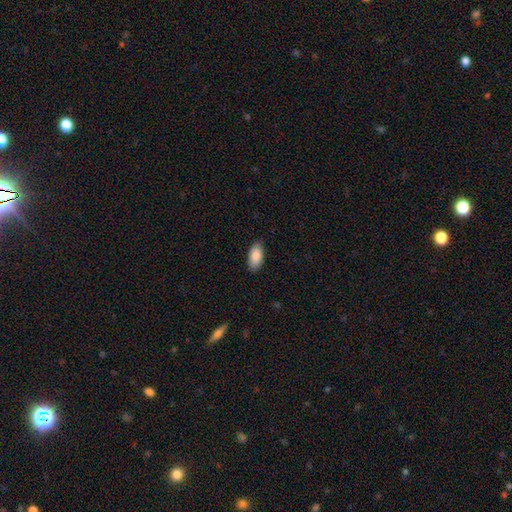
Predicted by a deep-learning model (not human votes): A smooth galaxy with no disk features (89%) that is in between round and cigar-shaped (93%). Merging: none (86%).